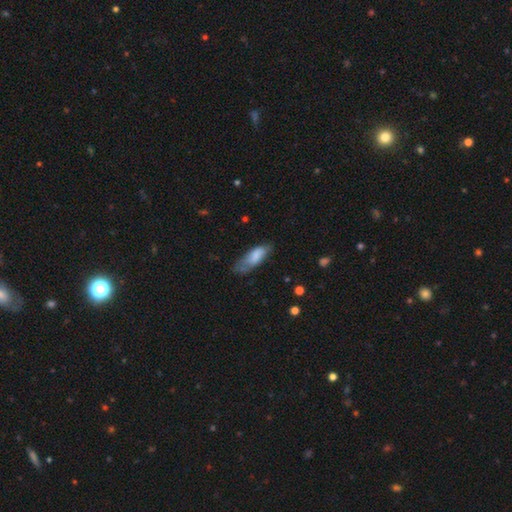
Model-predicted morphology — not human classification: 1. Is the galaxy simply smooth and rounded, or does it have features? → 75% smooth, 19% featured or disk, 7% star or artifact.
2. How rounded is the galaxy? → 69% in between, 29% cigar-shaped, 2% round.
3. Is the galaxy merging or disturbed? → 44% none, 36% minor disturbance, 17% major disturbance, 3% merger.